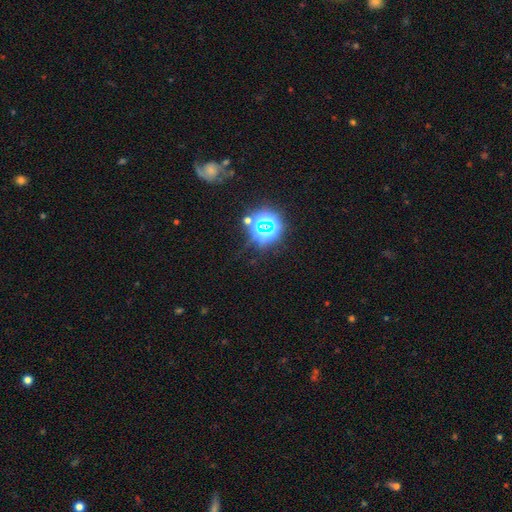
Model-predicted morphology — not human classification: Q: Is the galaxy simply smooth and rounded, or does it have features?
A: star or artifact — 71%.